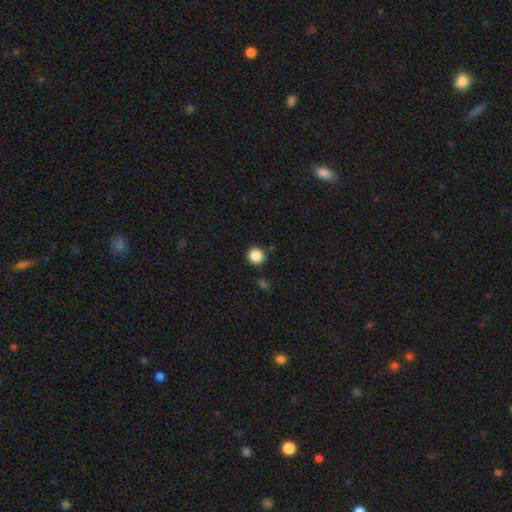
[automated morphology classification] smooth_or_featured: smooth (p=0.87) [alt: star or artifact p=0.10]
how_rounded: round (p=0.94) [alt: in between p=0.05]
merging: none (p=0.87) [alt: minor disturbance p=0.07]